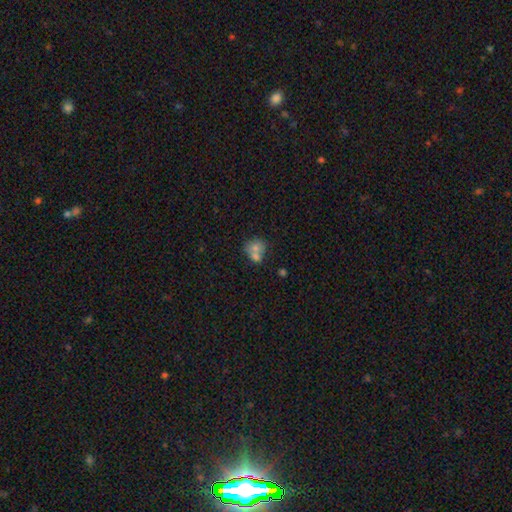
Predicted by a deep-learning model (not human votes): Q: Smooth or featured?
A: smooth (70%); runner-up: featured or disk (18%)
Q: How rounded?
A: round (63%); runner-up: in between (36%)
Q: Merging?
A: merger (59%); runner-up: none (28%)